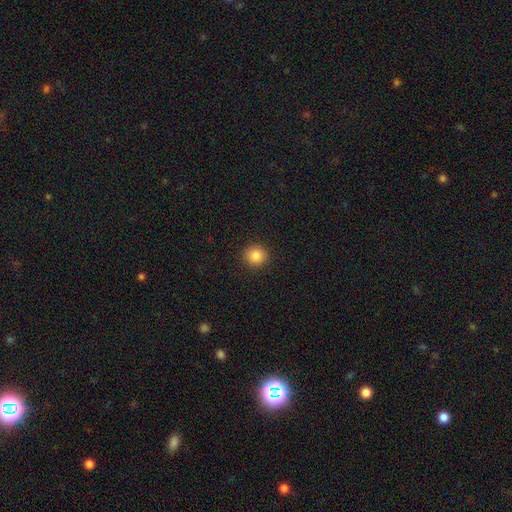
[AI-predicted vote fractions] Smooth or featured? smooth (85%)
How rounded? round (94%)
Merging? none (93%)